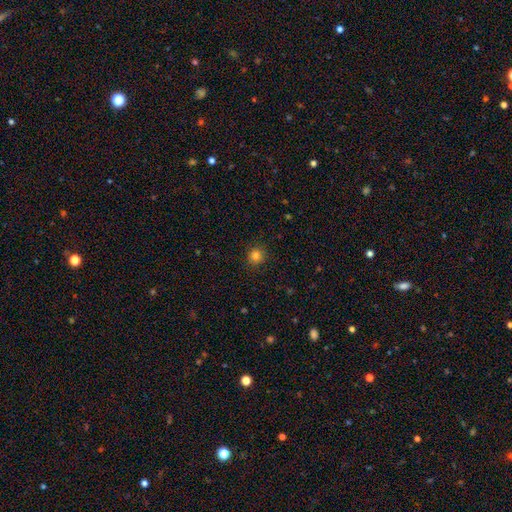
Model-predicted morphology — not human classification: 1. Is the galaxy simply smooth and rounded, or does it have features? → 82% smooth, 13% star or artifact, 5% featured or disk.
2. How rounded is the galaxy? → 91% round, 8% in between, 1% cigar-shaped.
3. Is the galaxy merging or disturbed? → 91% none, 6% minor disturbance, 2% major disturbance, 1% merger.